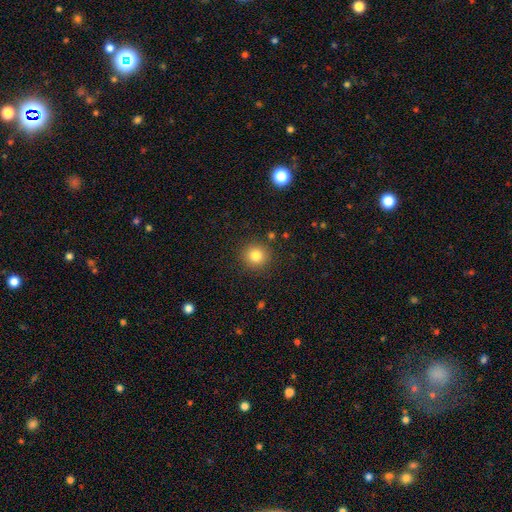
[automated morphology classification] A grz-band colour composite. It shows a smooth galaxy with no disk features (81%) that is round (93%). Merging: none (89%).